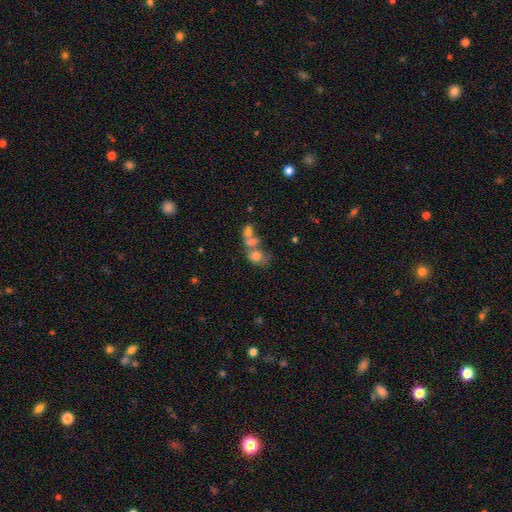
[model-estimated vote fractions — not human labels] This is likely a smooth galaxy (64%). How rounded: likely in between (65%). Merging: likely merger (60%).